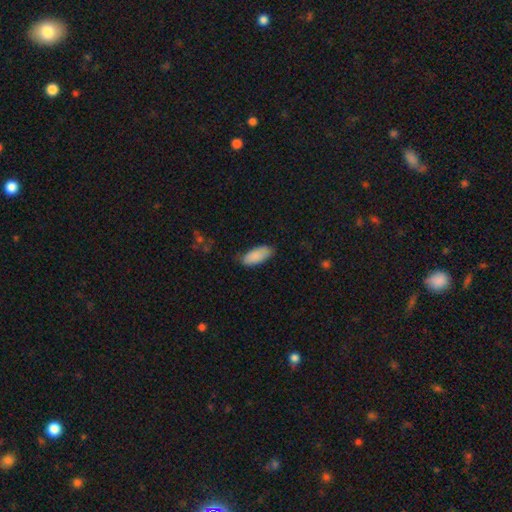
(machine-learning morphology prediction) Q: Smooth or featured?
A: smooth (88%); runner-up: featured or disk (6%)
Q: How rounded?
A: in between (87%); runner-up: cigar-shaped (11%)
Q: Merging?
A: none (75%); runner-up: minor disturbance (20%)